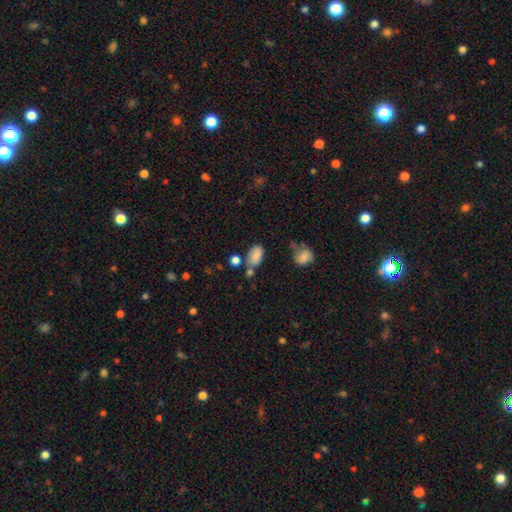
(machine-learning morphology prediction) Smooth or featured: smooth — 80% (featured or disk — 11%)
How rounded: in between — 90% (round — 8%)
Merging: none — 51% (minor disturbance — 24%)